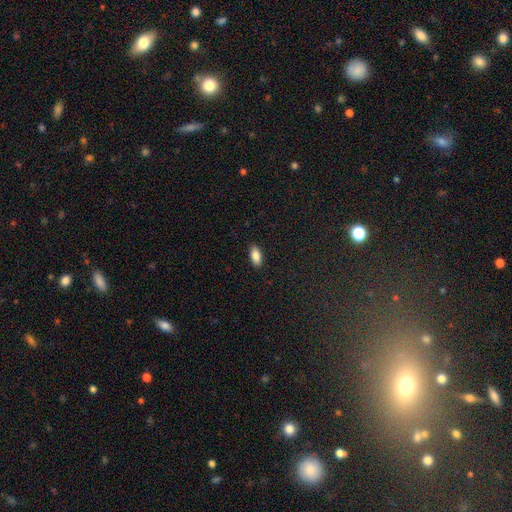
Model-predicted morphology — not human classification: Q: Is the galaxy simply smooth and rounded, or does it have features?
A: smooth — 85%.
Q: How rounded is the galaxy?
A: in between — 86%.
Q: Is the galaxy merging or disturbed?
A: none — 89%.